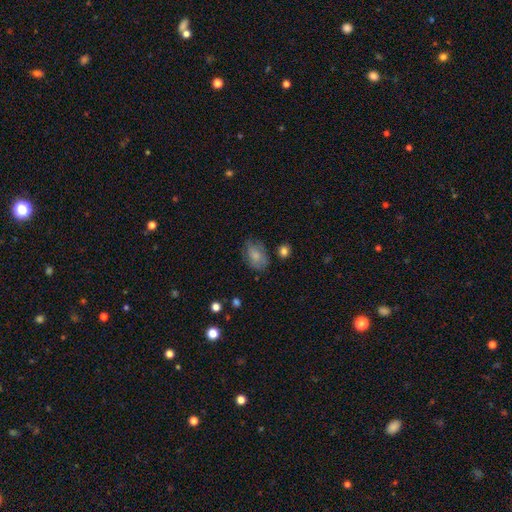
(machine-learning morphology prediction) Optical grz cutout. It shows a smooth galaxy with no disk features (72%) that is in between round and cigar-shaped (82%). Merging: none (61%).